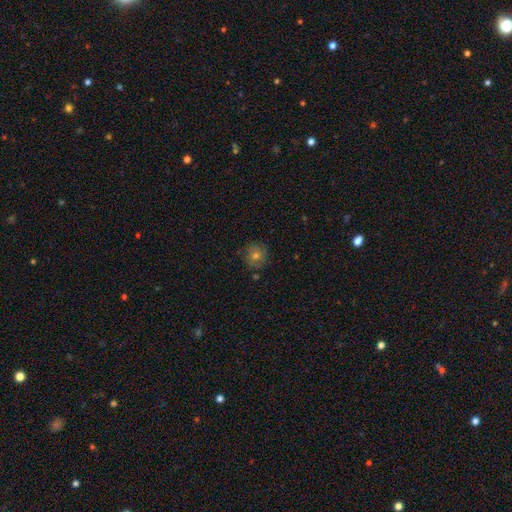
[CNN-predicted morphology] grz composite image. It shows a smooth galaxy with no disk features (49%). Merging: none (81%).